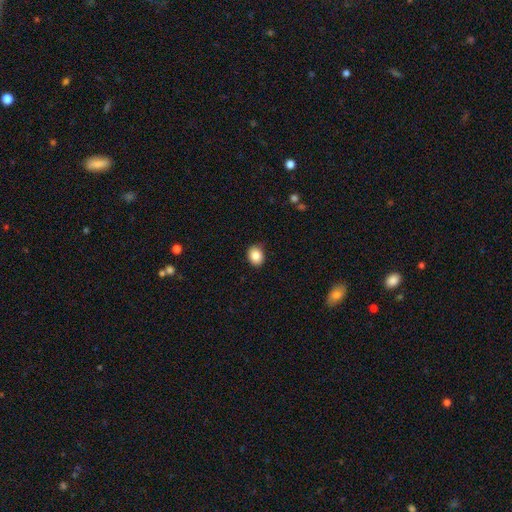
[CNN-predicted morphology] Q: Smooth or featured?
A: smooth (85%); runner-up: star or artifact (9%)
Q: How rounded?
A: round (51%); runner-up: in between (48%)
Q: Merging?
A: none (87%); runner-up: minor disturbance (10%)